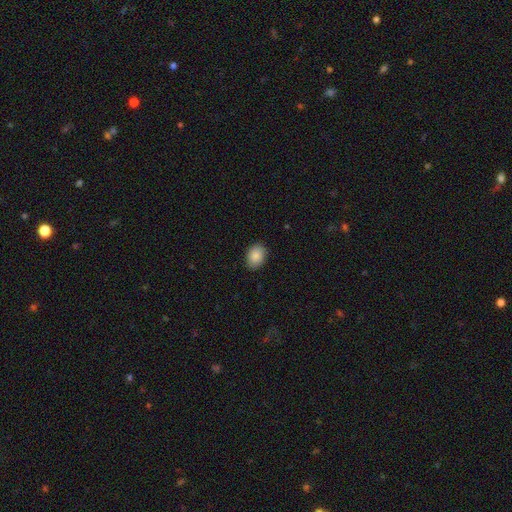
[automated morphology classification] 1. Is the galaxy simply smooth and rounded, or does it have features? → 86% smooth, 7% star or artifact, 7% featured or disk.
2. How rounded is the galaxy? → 70% in between, 29% round, 1% cigar-shaped.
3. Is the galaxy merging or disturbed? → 84% none, 12% minor disturbance, 2% major disturbance, 1% merger.